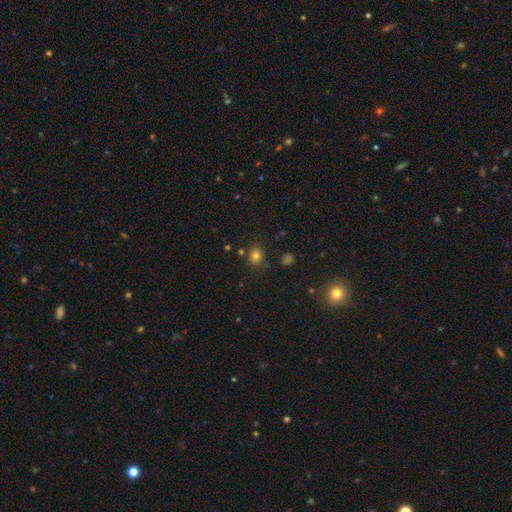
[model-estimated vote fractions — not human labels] Overall: smooth (78%). How rounded: round (61%; in between 38%). Merging: none (79%).